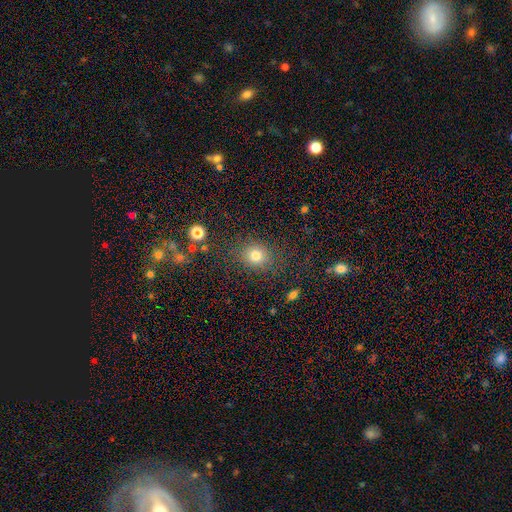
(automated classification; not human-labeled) Smooth or featured: smooth — 78% (star or artifact — 14%)
How rounded: round — 77% (in between — 22%)
Merging: none — 82% (minor disturbance — 10%)